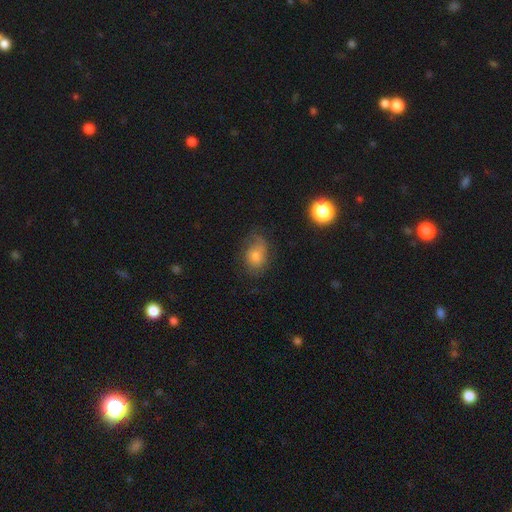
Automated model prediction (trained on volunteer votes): smooth-or-featured: smooth: 55% | featured or disk: 33% | star or artifact: 12%
  how-rounded: in between: 68% | round: 30% | cigar-shaped: 1%
  merging: none: 56% | minor disturbance: 27% | major disturbance: 16% | merger: 2%